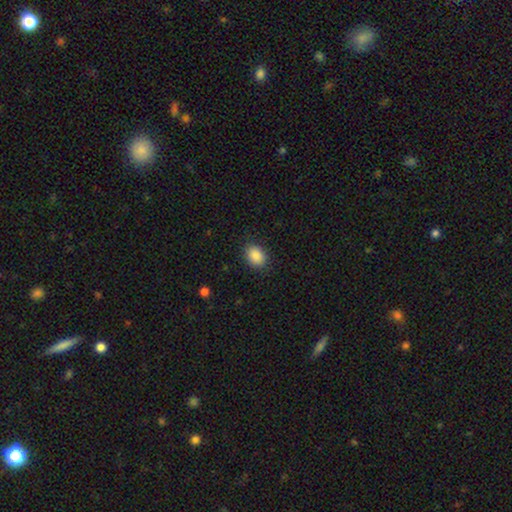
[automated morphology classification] Smooth or featured?
  - smooth: 88% *
  - star or artifact: 8%
  - featured or disk: 4%
How rounded?
  - in between: 67% *
  - round: 32%
  - cigar-shaped: 1%
Merging?
  - none: 87% *
  - minor disturbance: 9%
  - major disturbance: 3%
  - merger: 1%